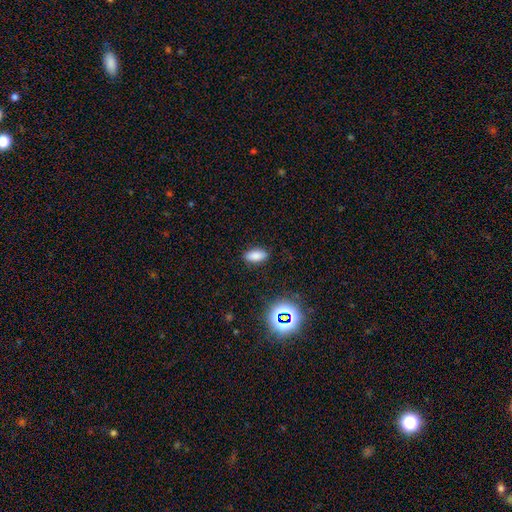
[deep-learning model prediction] A smooth galaxy with no disk features (80%) that is in between round and cigar-shaped (85%).

Vote fractions:
- Smooth or featured? smooth: 80% / star or artifact: 13% / featured or disk: 7%
- How rounded? in between: 85% / cigar-shaped: 11% / round: 4%
- Merging? none: 87% / minor disturbance: 9% / major disturbance: 2% / merger: 1%